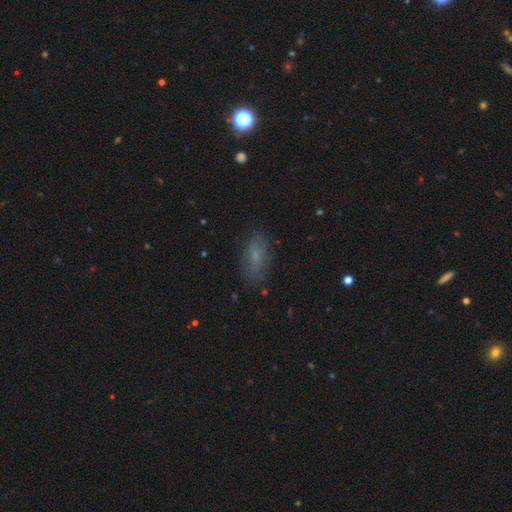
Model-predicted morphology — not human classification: A smooth galaxy with no disk features (64%) that is in between round and cigar-shaped (78%). Merging: none (75%).